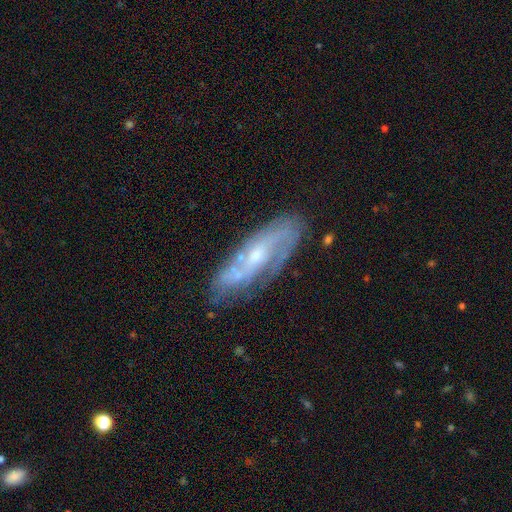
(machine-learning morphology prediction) type=featured or disk (77%); edge-on=no (85%); bar=no (55%); spiral arms=yes (87%); winding=medium (43%); arm count=2 (47%); bulge=small (52%); merging=none (67%).